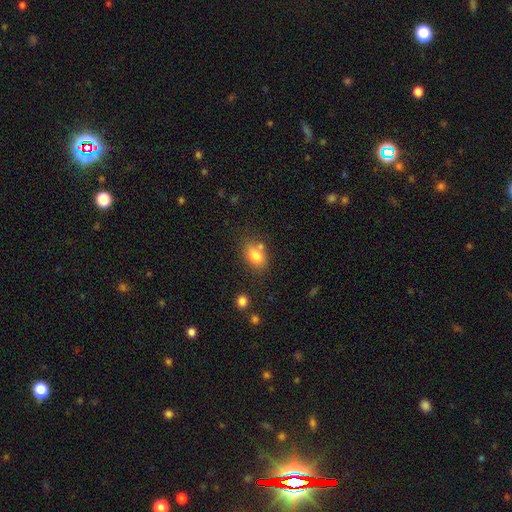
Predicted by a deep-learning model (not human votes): Smooth or featured?
  - smooth: 81% *
  - star or artifact: 9%
  - featured or disk: 9%
How rounded?
  - in between: 79% *
  - round: 19%
  - cigar-shaped: 2%
Merging?
  - none: 64% *
  - minor disturbance: 16%
  - merger: 15%
  - major disturbance: 5%